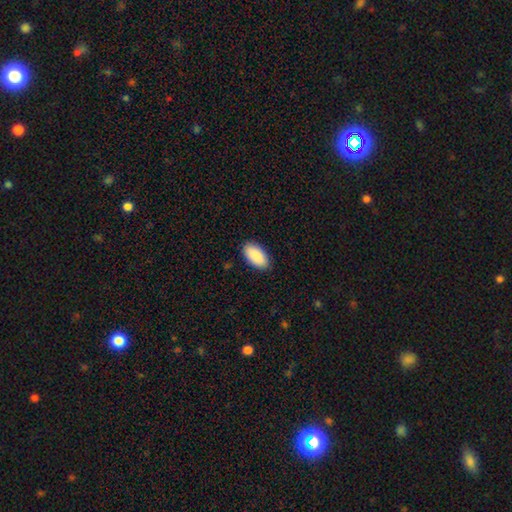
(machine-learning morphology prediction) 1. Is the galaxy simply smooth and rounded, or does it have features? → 90% smooth, 6% star or artifact, 4% featured or disk.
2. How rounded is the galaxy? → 96% in between, 2% cigar-shaped, 2% round.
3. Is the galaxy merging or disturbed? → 88% none, 9% minor disturbance, 2% major disturbance, 1% merger.